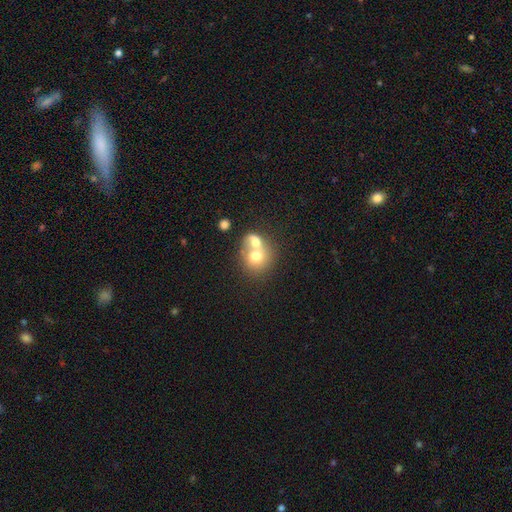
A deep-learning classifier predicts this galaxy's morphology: Q: Smooth or featured?
A: smooth (66%); runner-up: featured or disk (25%)
Q: How rounded?
A: round (68%); runner-up: in between (31%)
Q: Merging?
A: merger (70%); runner-up: none (20%)